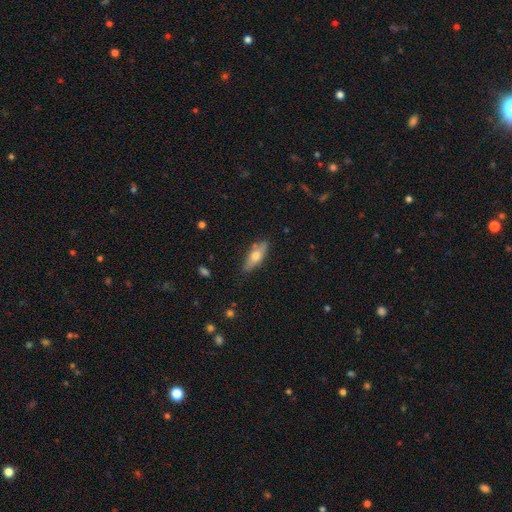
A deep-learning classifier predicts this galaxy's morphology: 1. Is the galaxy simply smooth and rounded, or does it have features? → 61% smooth, 33% featured or disk, 6% star or artifact.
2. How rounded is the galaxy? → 61% in between, 36% cigar-shaped, 3% round.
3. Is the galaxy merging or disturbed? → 81% none, 14% minor disturbance, 3% merger, 3% major disturbance.